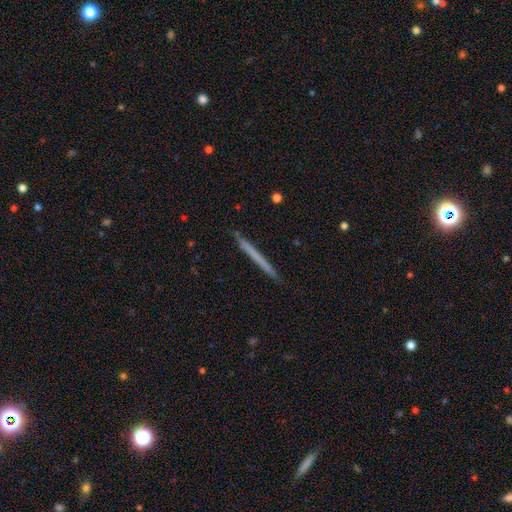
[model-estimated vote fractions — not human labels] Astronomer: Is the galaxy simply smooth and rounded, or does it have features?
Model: smooth — 55% (runner-up: featured or disk, 39%).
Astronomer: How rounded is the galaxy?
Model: cigar-shaped — 97%.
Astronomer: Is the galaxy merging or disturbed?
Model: none — 91%.